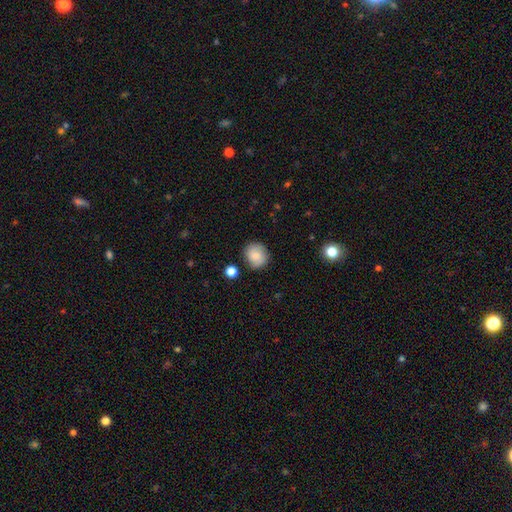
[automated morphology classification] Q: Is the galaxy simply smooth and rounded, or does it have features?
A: smooth — 81%.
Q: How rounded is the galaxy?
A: round — 80%.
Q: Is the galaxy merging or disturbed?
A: none — 82%.